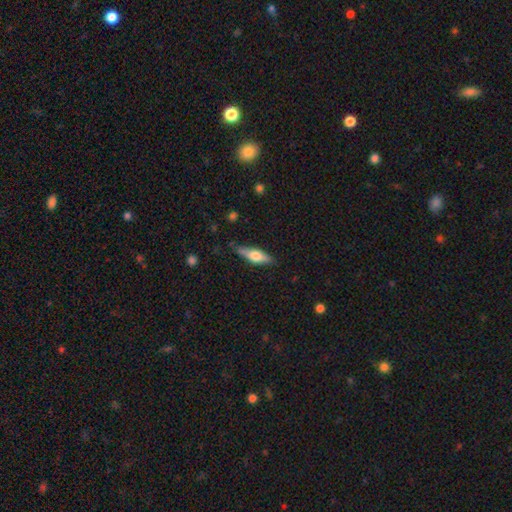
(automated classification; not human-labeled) Overall: smooth (51%; featured or disk 43%). How rounded: cigar-shaped (52%; in between 45%). Merging: none (81%).